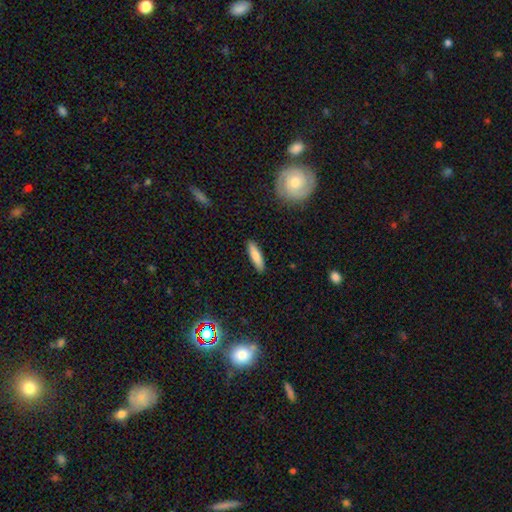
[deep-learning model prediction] The model was most divided on "how rounded": cigar-shaped: 67%, in between: 31%, round: 2%. More confident: merging — none (90%); smooth or featured — smooth (79%).